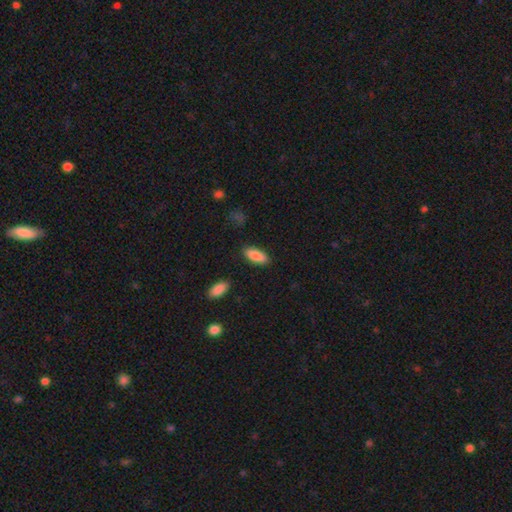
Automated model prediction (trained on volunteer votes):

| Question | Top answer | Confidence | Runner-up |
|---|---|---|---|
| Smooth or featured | smooth | 88% | star or artifact (6%) |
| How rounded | in between | 80% | cigar-shaped (18%) |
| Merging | none | 87% | minor disturbance (9%) |